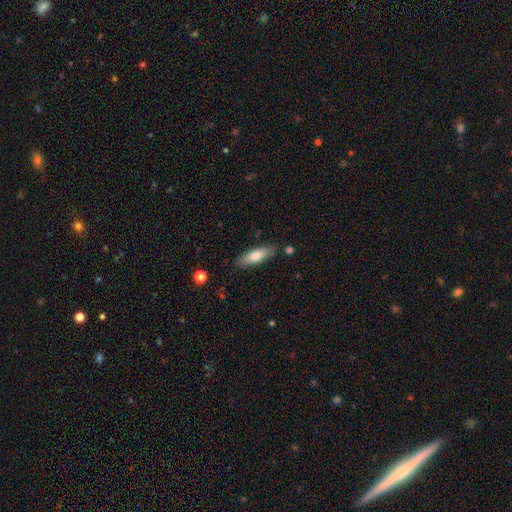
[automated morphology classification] Q: Smooth or featured?
A: smooth (72%); runner-up: featured or disk (22%)
Q: How rounded?
A: in between (54%); runner-up: cigar-shaped (44%)
Q: Merging?
A: none (84%); runner-up: minor disturbance (12%)